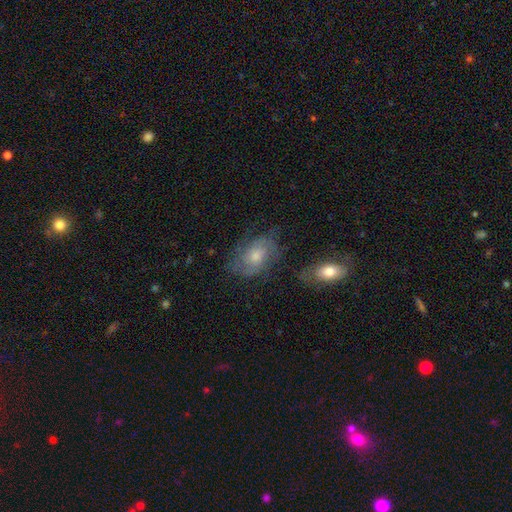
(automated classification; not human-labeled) smooth_or_featured: featured or disk (p=0.62) [alt: smooth p=0.27]
disk_edge_on: no (p=0.96) [alt: yes p=0.04]
bar: no (p=0.75) [alt: weak p=0.22]
has_spiral_arms: yes (p=0.85) [alt: no p=0.15]
spiral_winding: tight (p=0.44) [alt: medium p=0.41]
spiral_arm_count: can't tell (p=0.38) [alt: 2 p=0.35]
bulge_size: moderate (p=0.54) [alt: small p=0.33]
merging: none (p=0.67) [alt: minor disturbance p=0.20]